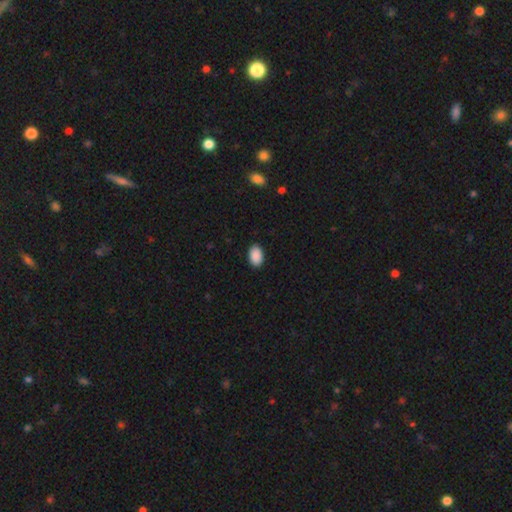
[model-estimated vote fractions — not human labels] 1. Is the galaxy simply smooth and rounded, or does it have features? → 91% smooth, 7% star or artifact, 3% featured or disk.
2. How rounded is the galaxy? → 89% in between, 10% round, 1% cigar-shaped.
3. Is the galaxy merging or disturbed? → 90% none, 8% minor disturbance, 2% major disturbance, 1% merger.